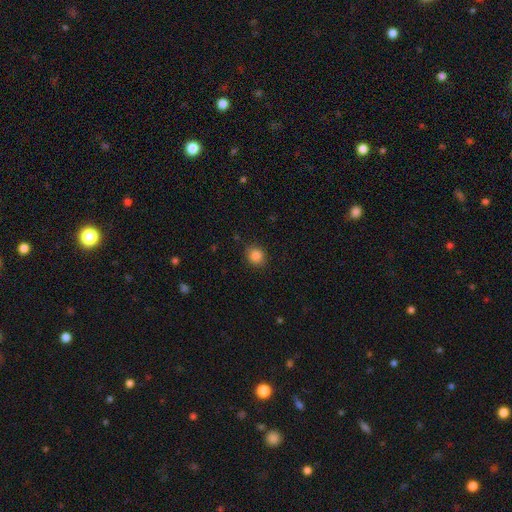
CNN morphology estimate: Smooth or featured: smooth — 85% (star or artifact — 10%)
How rounded: round — 79% (in between — 20%)
Merging: none — 88% (minor disturbance — 9%)